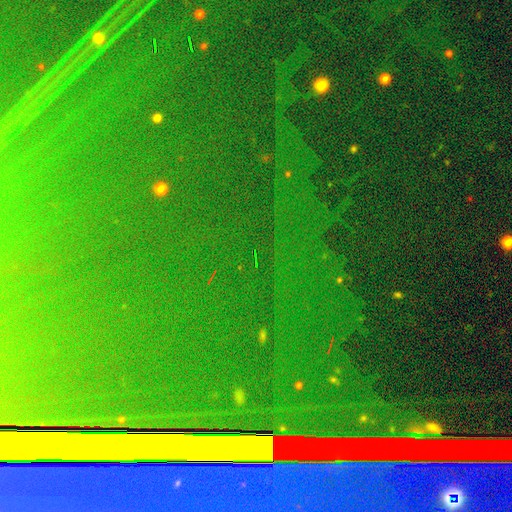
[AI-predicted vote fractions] Smooth or featured? star or artifact (86%)